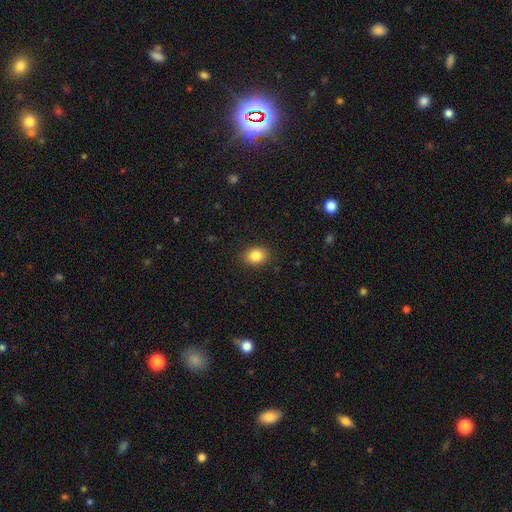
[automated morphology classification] Q: Smooth or featured?
A: smooth (85%); runner-up: star or artifact (10%)
Q: How rounded?
A: round (54%); runner-up: in between (46%)
Q: Merging?
A: none (89%); runner-up: minor disturbance (8%)